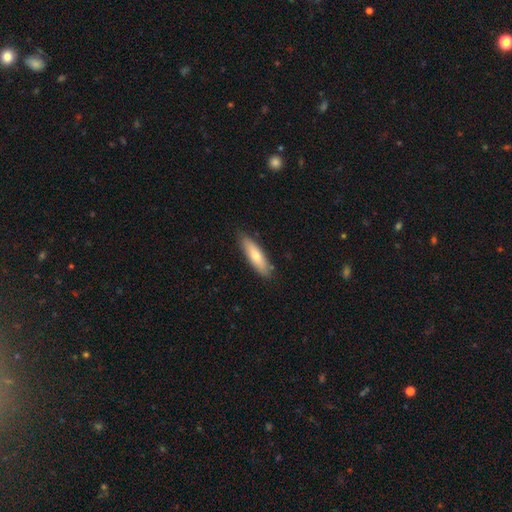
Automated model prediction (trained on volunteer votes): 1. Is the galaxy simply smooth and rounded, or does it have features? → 70% smooth, 25% featured or disk, 6% star or artifact.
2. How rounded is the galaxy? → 61% cigar-shaped, 38% in between, 2% round.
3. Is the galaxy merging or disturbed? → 83% none, 13% minor disturbance, 2% major disturbance, 1% merger.